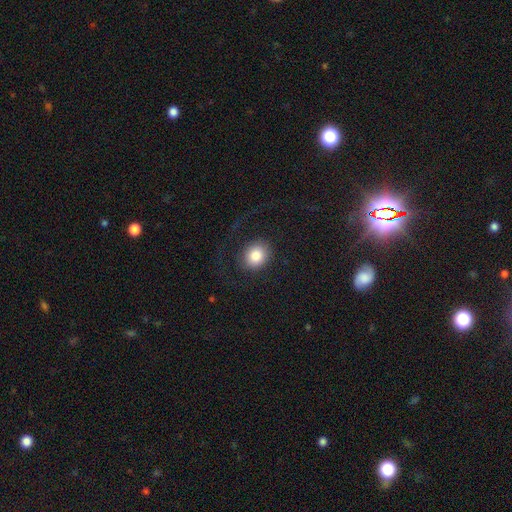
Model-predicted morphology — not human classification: smooth-or-featured: smooth: 83% | featured or disk: 9% | star or artifact: 8%
  how-rounded: round: 67% | in between: 32% | cigar-shaped: 1%
  merging: none: 76% | minor disturbance: 11% | major disturbance: 11% | merger: 1%